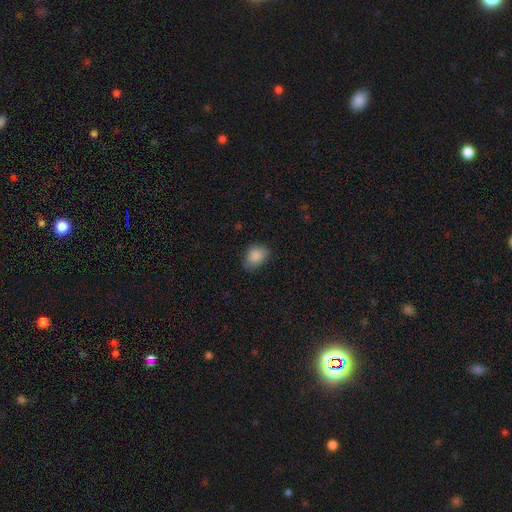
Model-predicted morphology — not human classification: type=smooth (88%); roundness=in between (75%); merging=none (74%).